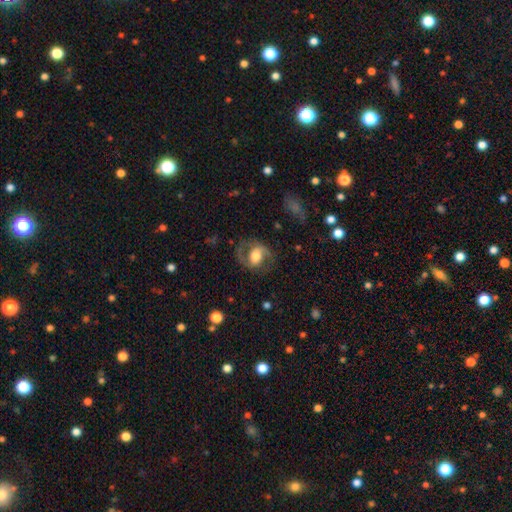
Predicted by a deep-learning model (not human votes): Smooth or featured? featured or disk (71%)
Edge-on disk? no (97%)
Bar? weak (40%)
Spiral arms? yes (86%)
Spiral winding? medium (55%)
Spiral arm count? 2 (88%)
Bulge size? moderate (48%)
Merging? none (70%)